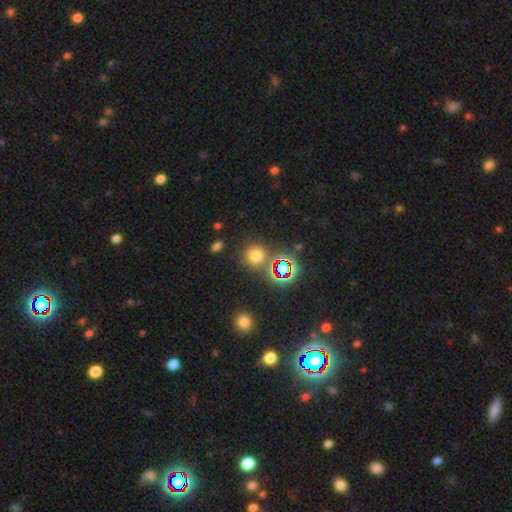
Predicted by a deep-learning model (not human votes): A smooth galaxy with no disk features (61%) that is round (89%).

Vote fractions:
- Smooth or featured? smooth: 61% / star or artifact: 31% / featured or disk: 7%
- How rounded? round: 89% / in between: 10% / cigar-shaped: 1%
- Merging? none: 77% / minor disturbance: 10% / merger: 8% / major disturbance: 4%